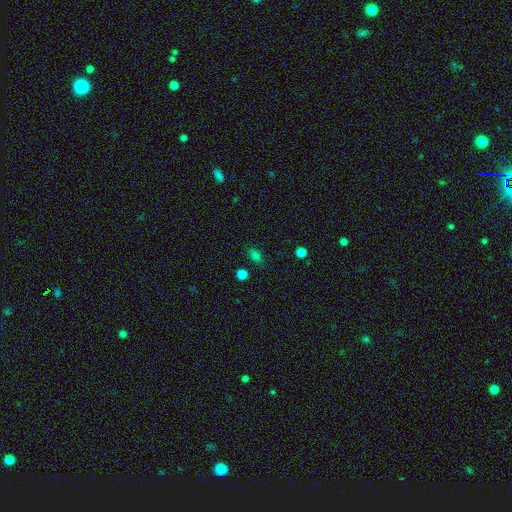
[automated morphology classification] A smooth galaxy with no disk features (74%) that is in between round and cigar-shaped (75%).

Vote fractions:
- Smooth or featured? smooth: 74% / star or artifact: 20% / featured or disk: 6%
- How rounded? in between: 75% / round: 20% / cigar-shaped: 5%
- Merging? none: 78% / minor disturbance: 15% / major disturbance: 4% / merger: 3%